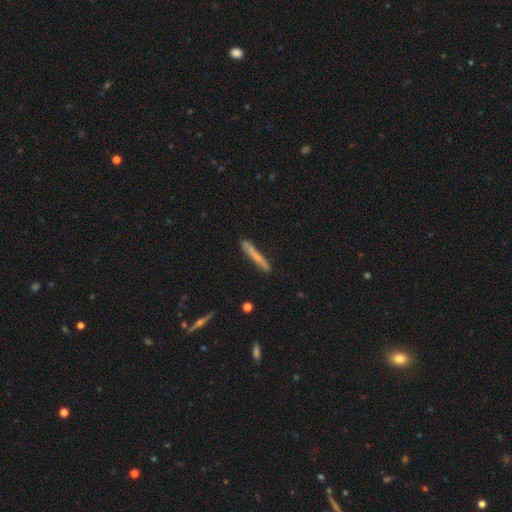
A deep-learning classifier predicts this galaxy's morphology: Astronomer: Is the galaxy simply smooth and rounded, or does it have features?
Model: smooth — 60%.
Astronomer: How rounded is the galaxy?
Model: cigar-shaped — 96%.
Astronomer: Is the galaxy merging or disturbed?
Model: none — 86%.